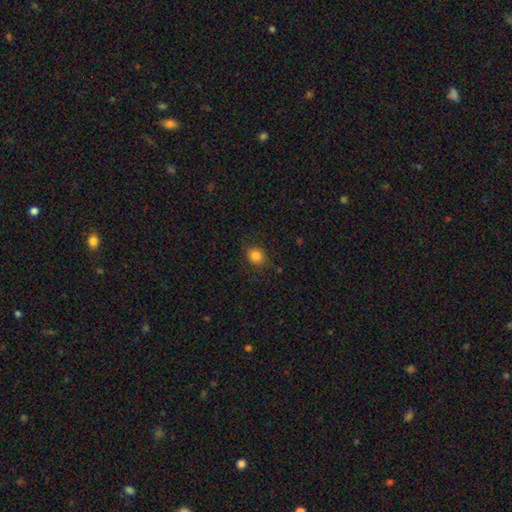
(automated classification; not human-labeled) The model was most divided on "how rounded": round: 70%, in between: 29%, cigar-shaped: 1%. More confident: smooth or featured — smooth (83%); merging — none (81%).